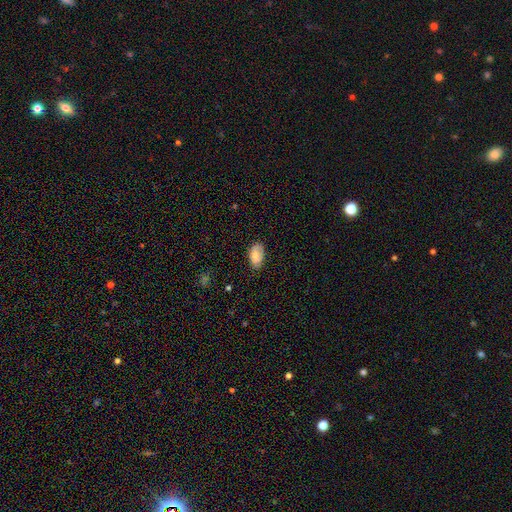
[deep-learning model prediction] A smooth galaxy with no disk features (82%) that is in between round and cigar-shaped (94%).

Vote fractions:
- Smooth or featured? smooth: 82% / featured or disk: 11% / star or artifact: 7%
- How rounded? in between: 94% / round: 4% / cigar-shaped: 2%
- Merging? none: 74% / minor disturbance: 21% / major disturbance: 3% / merger: 1%